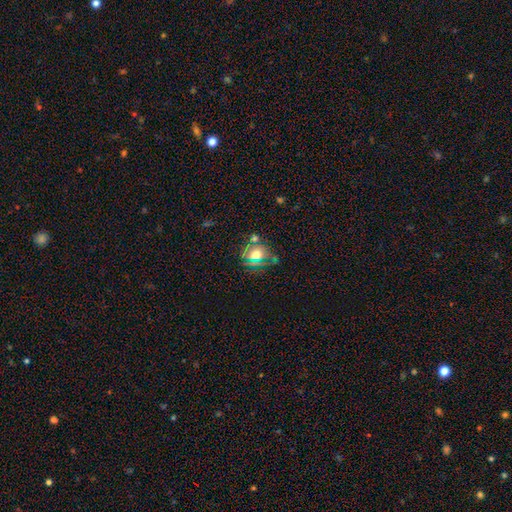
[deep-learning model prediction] smooth 58%, star or artifact 26%, featured or disk 16%. Down the decision tree: how rounded — round (62%); merging — none (68%).